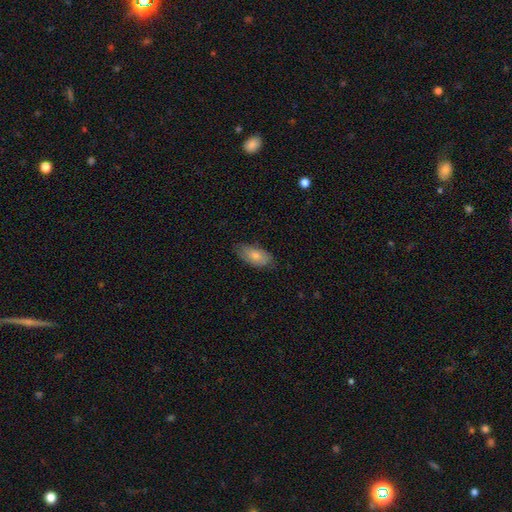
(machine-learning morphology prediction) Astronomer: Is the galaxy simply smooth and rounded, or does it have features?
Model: smooth — 75%.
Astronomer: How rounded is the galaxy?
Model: in between — 92%.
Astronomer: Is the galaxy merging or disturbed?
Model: none — 67%.